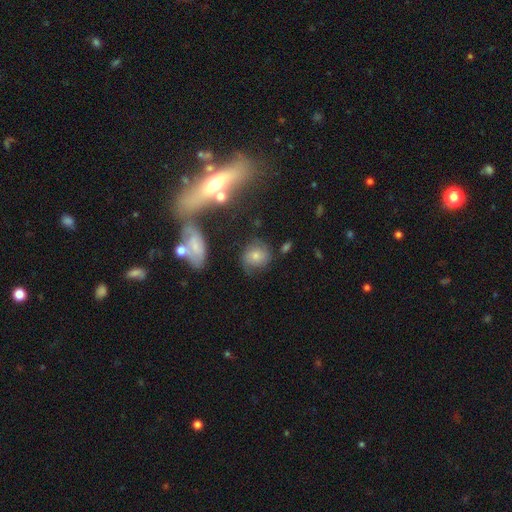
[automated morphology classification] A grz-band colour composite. It shows a smooth galaxy with no disk features (57%) that is round (71%). Merging: none (62%).